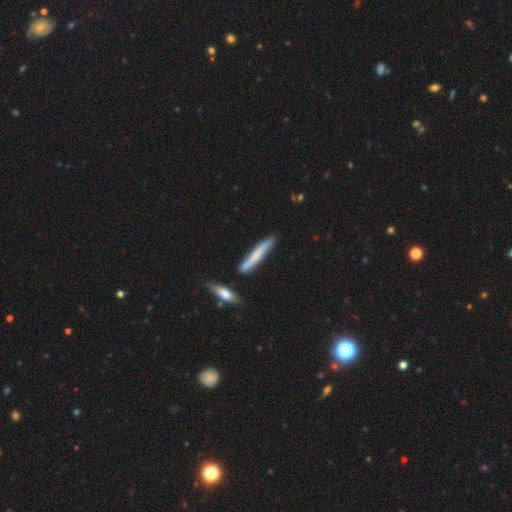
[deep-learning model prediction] Smooth or featured: smooth — 57% (featured or disk — 37%)
How rounded: cigar-shaped — 94% (in between — 4%)
Merging: none — 78% (minor disturbance — 13%)